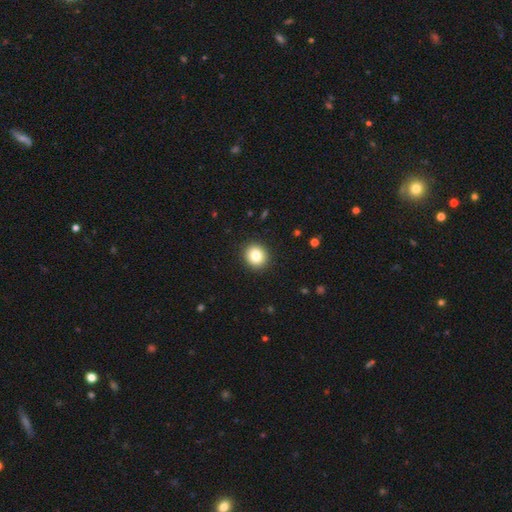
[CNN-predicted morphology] Smooth or featured? Predicted: smooth (p=0.82). How rounded? Predicted: round (p=0.83). Merging? Predicted: none (p=0.92).